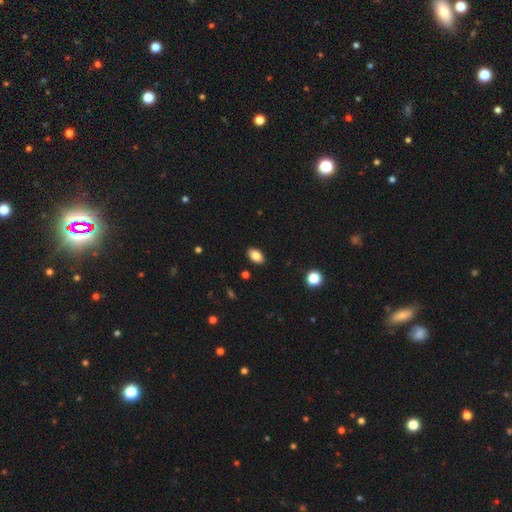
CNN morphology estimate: This appears to be a smooth galaxy with no disk features (85%) that is in between round and cigar-shaped (89%). Merging: none (89%).